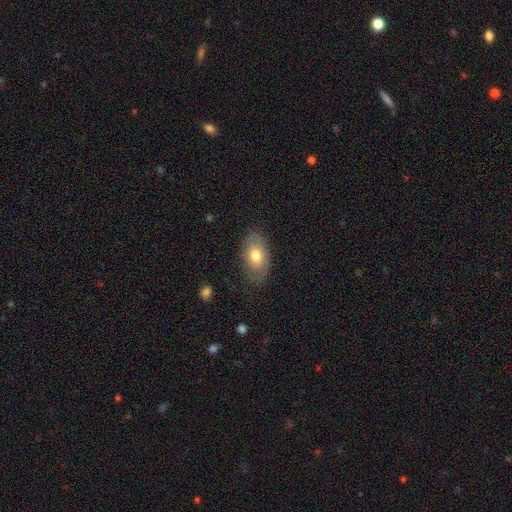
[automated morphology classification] smooth-or-featured: smooth: 70% | featured or disk: 23% | star or artifact: 7%
  how-rounded: in between: 91% | round: 7% | cigar-shaped: 2%
  merging: none: 75% | minor disturbance: 18% | major disturbance: 6% | merger: 1%